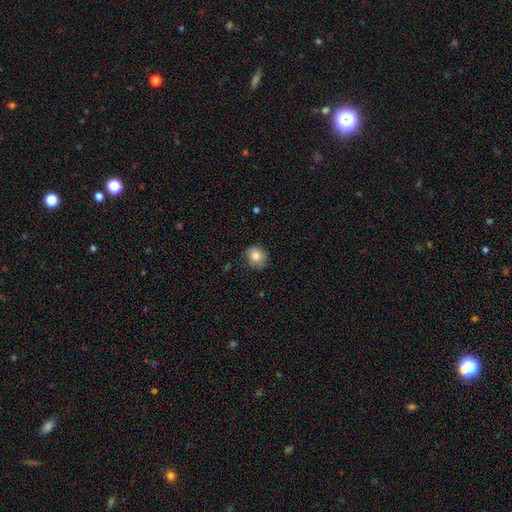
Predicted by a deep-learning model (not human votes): Q: Smooth or featured?
A: smooth (78%); runner-up: featured or disk (13%)
Q: How rounded?
A: round (76%); runner-up: in between (23%)
Q: Merging?
A: none (72%); runner-up: minor disturbance (22%)